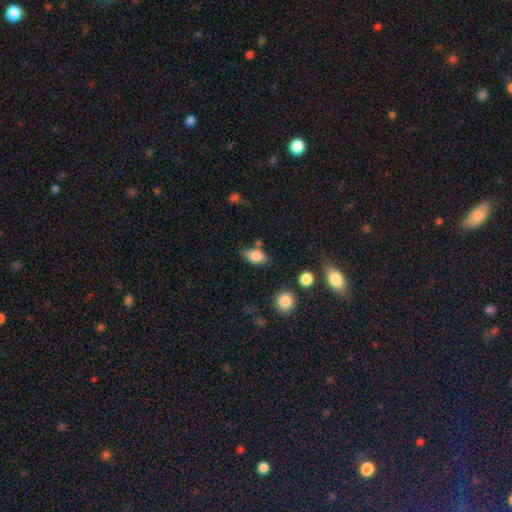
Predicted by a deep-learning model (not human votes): Smooth or featured?
  - smooth: 81% *
  - featured or disk: 10%
  - star or artifact: 9%
How rounded?
  - in between: 85% *
  - round: 10%
  - cigar-shaped: 5%
Merging?
  - none: 61% *
  - minor disturbance: 23%
  - merger: 10%
  - major disturbance: 6%